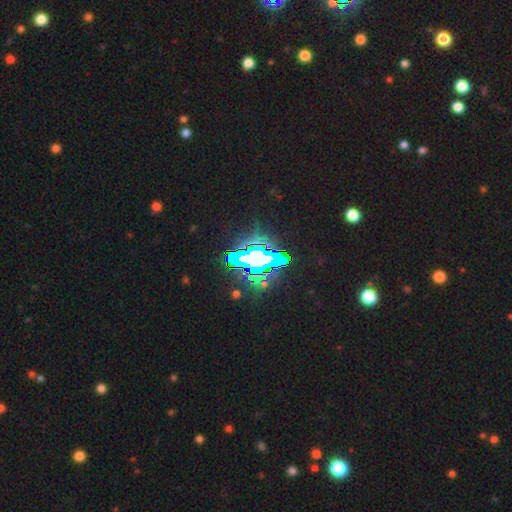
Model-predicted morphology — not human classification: Overall: star or artifact (67%).